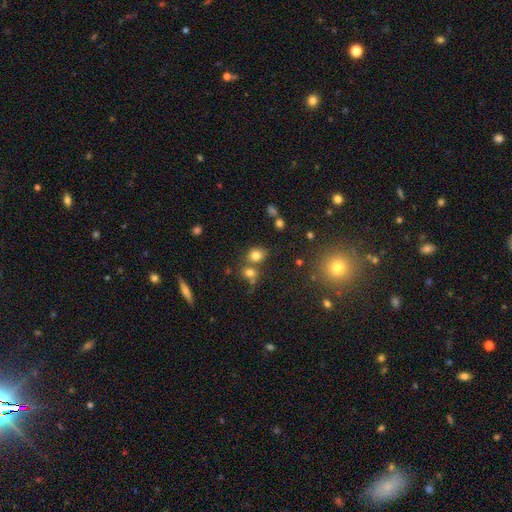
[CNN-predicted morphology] smooth-or-featured: smooth: 77% | star or artifact: 15% | featured or disk: 8%
  how-rounded: round: 59% | in between: 40% | cigar-shaped: 1%
  merging: none: 61% | merger: 24% | minor disturbance: 11% | major disturbance: 4%